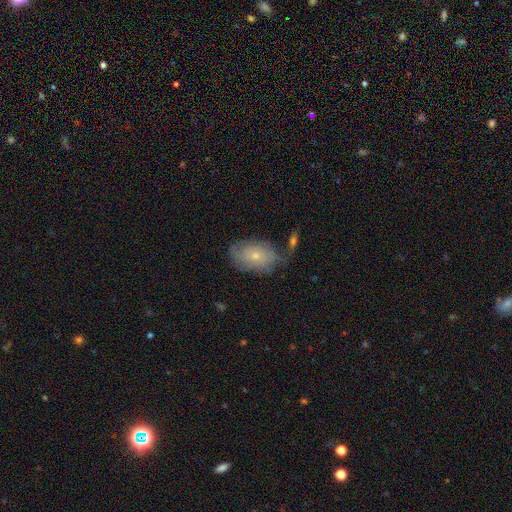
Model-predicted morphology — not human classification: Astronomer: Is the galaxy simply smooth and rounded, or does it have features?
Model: smooth — 53% (runner-up: featured or disk, 39%).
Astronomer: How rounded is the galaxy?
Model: in between — 87%.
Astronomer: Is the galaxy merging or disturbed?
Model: none — 58%.